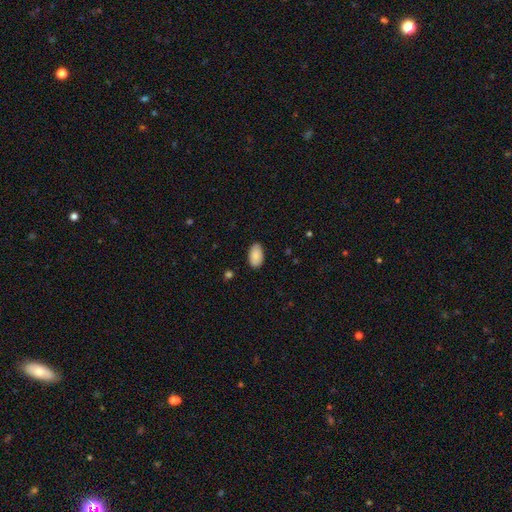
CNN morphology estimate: The model was most divided on "merging": none: 87%, minor disturbance: 10%, major disturbance: 2%, merger: 1%. More confident: how rounded — in between (95%); smooth or featured — smooth (89%).